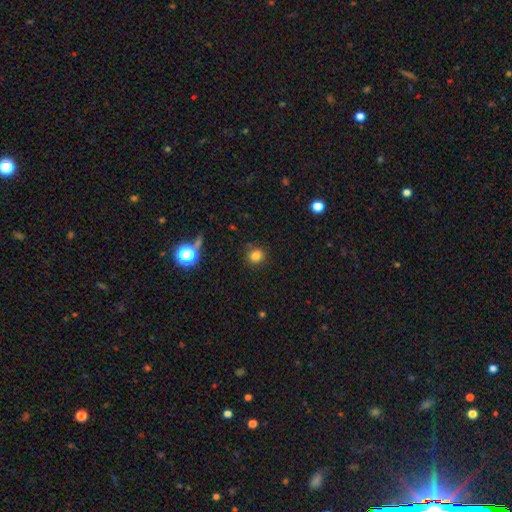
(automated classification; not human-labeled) smooth_or_featured: smooth (p=0.81) [alt: star or artifact p=0.14]
how_rounded: round (p=0.89) [alt: in between p=0.10]
merging: none (p=0.85) [alt: minor disturbance p=0.10]